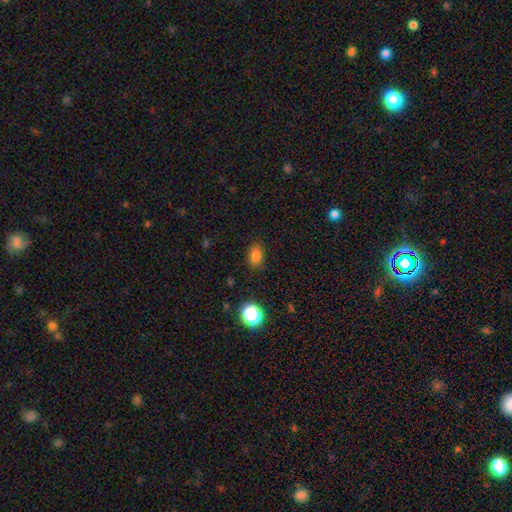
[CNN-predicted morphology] smooth 81%, star or artifact 14%, featured or disk 5%. Down the decision tree: how rounded — in between (79%); merging — none (84%).